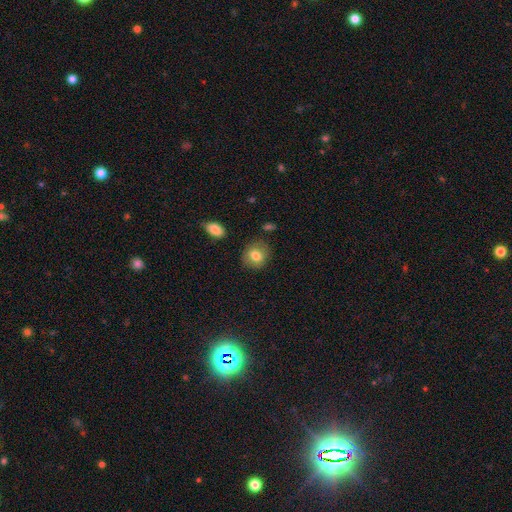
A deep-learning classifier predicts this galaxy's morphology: The model was most divided on "how rounded": round: 71%, in between: 28%, cigar-shaped: 1%. More confident: merging — none (83%); smooth or featured — smooth (79%).